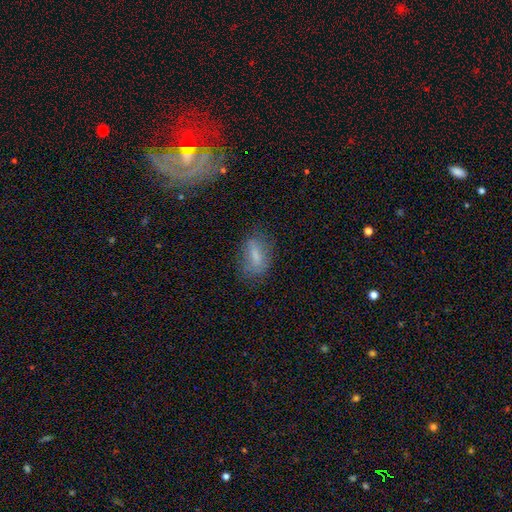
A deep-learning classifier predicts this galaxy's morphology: A smooth galaxy with no disk features (66%) that is in between round and cigar-shaped (80%). Merging: none (66%).